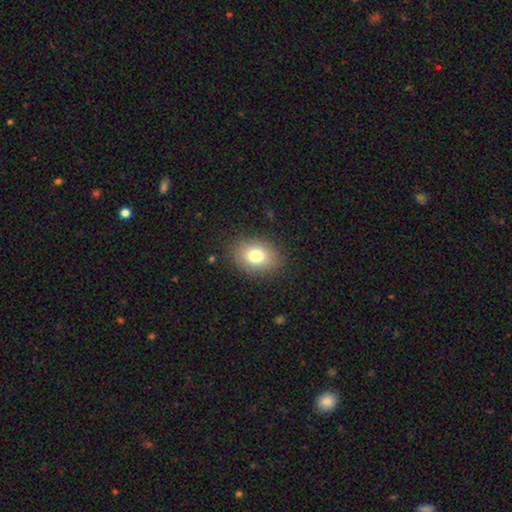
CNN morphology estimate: Smooth or featured: smooth — 78% (featured or disk — 11%)
How rounded: in between — 66% (round — 33%)
Merging: none — 86% (minor disturbance — 10%)